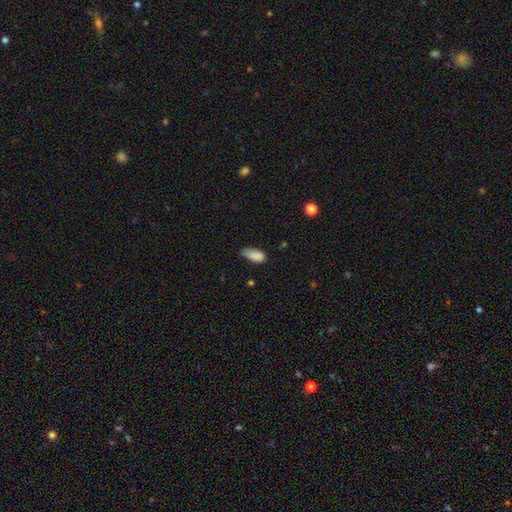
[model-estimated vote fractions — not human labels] This appears to be a smooth galaxy with no disk features (85%) that is in between round and cigar-shaped (86%). Merging: none (44%).